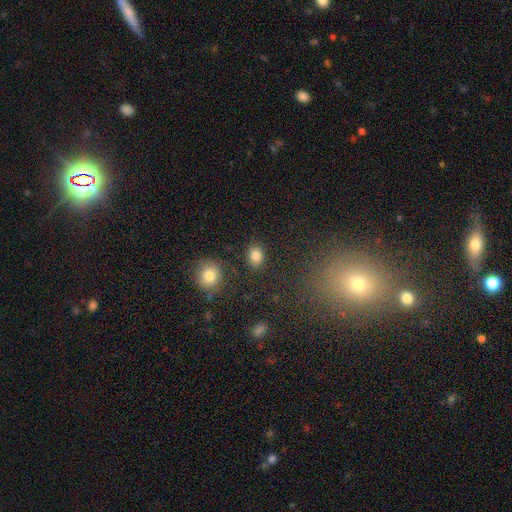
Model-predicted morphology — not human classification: A smooth galaxy with no disk features (84%) that is in between round and cigar-shaped (56%).

Vote fractions:
- Smooth or featured? smooth: 84% / star or artifact: 10% / featured or disk: 6%
- How rounded? in between: 56% / round: 43% / cigar-shaped: 1%
- Merging? none: 86% / minor disturbance: 9% / major disturbance: 3% / merger: 3%